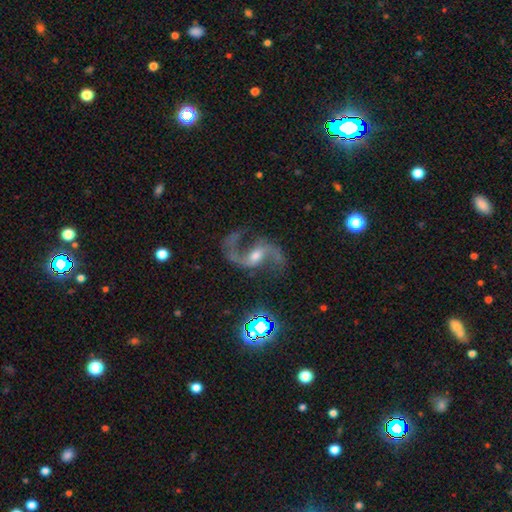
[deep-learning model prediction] A featured or disk galaxy (89%) with a weak bar (46%), 2 (94%) loose (71%) spiral arms (98%) and a moderate central bulge (53%). Merging: none (74%).